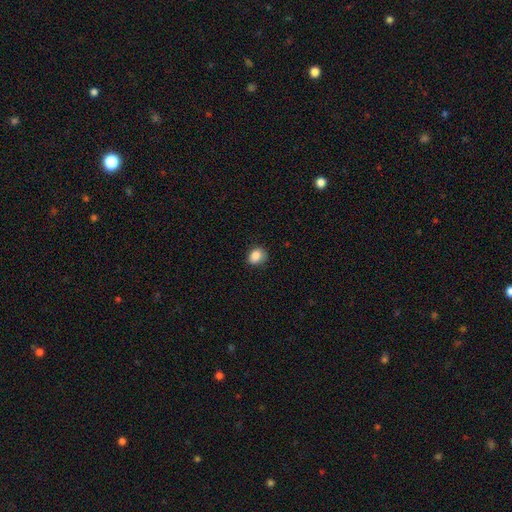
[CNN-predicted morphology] Overall: smooth (85%). How rounded: round (56%; in between 43%). Merging: none (75%).